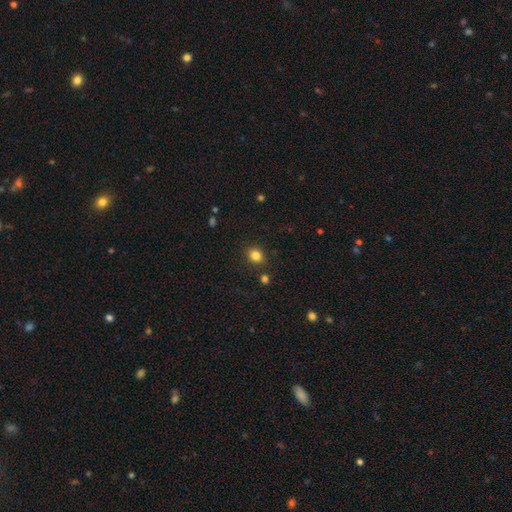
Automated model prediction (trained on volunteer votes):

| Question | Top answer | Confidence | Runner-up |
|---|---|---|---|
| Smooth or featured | smooth | 82% | star or artifact (12%) |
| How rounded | round | 59% | in between (40%) |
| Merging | none | 84% | minor disturbance (9%) |